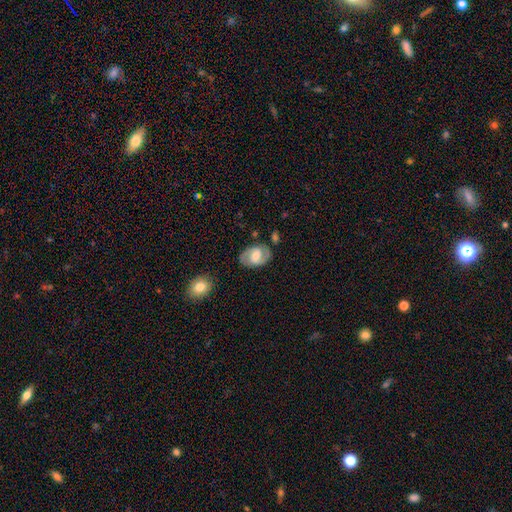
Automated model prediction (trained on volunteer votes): Morphology: type=featured or disk (63%); edge-on=no (96%); bar=weak (50%); spiral arms=yes (85%); winding=medium (49%); arm count=2 (87%); bulge=moderate (56%); merging=none (77%).